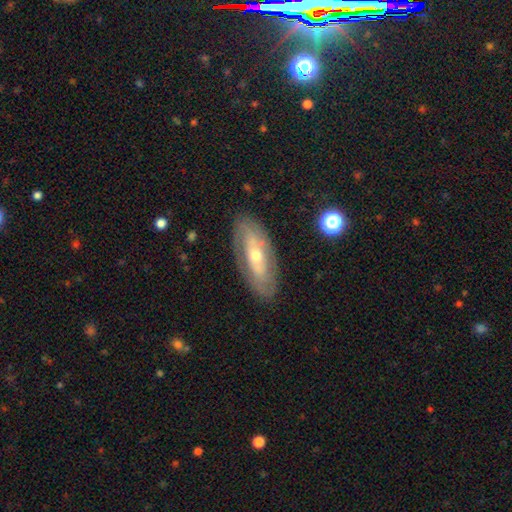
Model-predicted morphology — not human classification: A featured or disk galaxy (67%) with no bar (63%), spiral arms (61%) and a moderate central bulge (56%). Merging: none (80%).